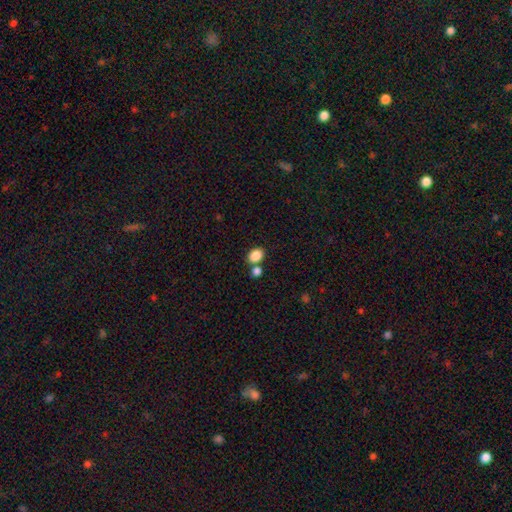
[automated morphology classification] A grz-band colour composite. It shows a smooth galaxy with no disk features (87%) that is in between round and cigar-shaped (71%). Merging: none (62%).